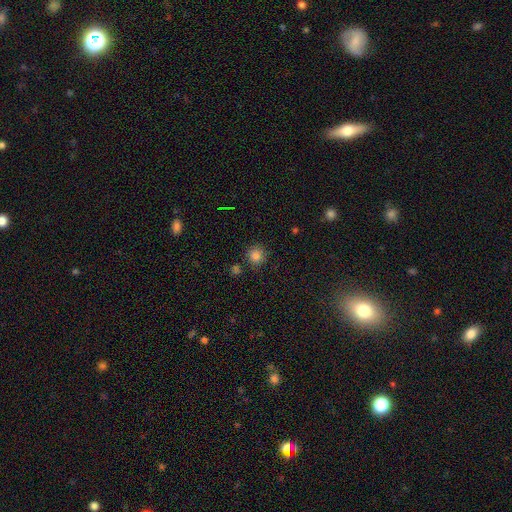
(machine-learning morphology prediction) A smooth galaxy with no disk features (81%) that is round (93%).

Vote fractions:
- Smooth or featured? smooth: 81% / star or artifact: 13% / featured or disk: 5%
- How rounded? round: 93% / in between: 6% / cigar-shaped: 1%
- Merging? none: 83% / minor disturbance: 10% / merger: 5% / major disturbance: 3%